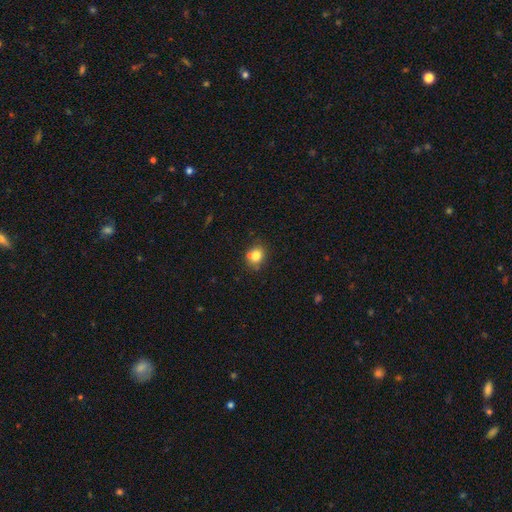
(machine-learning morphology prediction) smooth 78%, star or artifact 12%, featured or disk 11%. Down the decision tree: how rounded — round (71%); merging — none (66%).